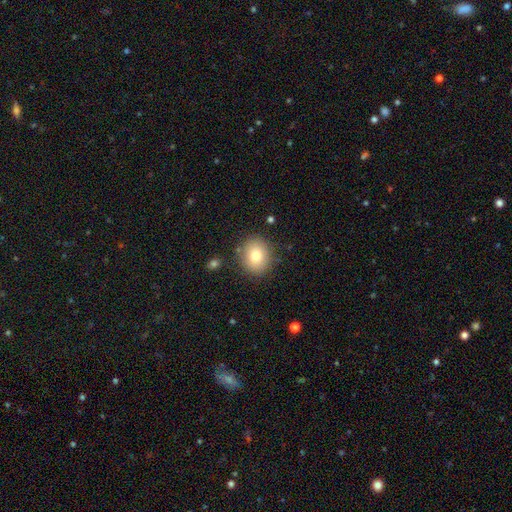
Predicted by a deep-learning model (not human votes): This appears to be a smooth galaxy with no disk features (79%) that is round (72%). Merging: none (85%).